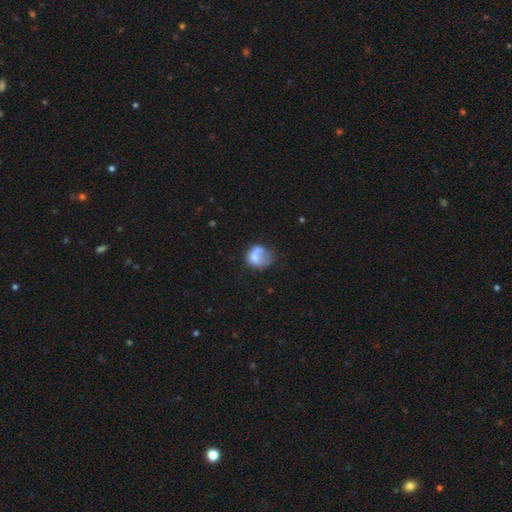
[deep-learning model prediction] A smooth galaxy with no disk features (59%) that is round (58%). Merging: major disturbance (29%).